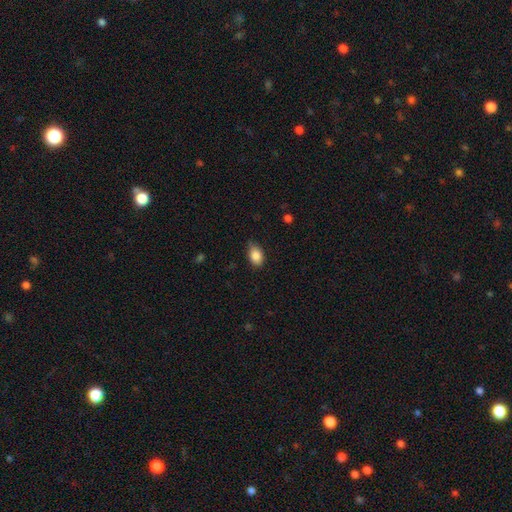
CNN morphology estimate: smooth 86%, star or artifact 8%, featured or disk 6%. Down the decision tree: how rounded — in between (83%); merging — none (64%).